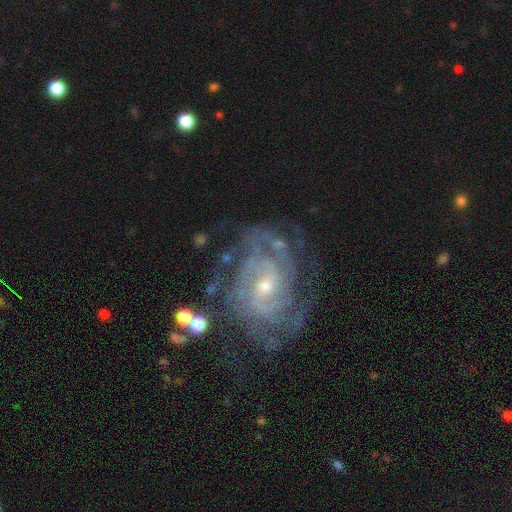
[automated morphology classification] smooth_or_featured: featured or disk (p=0.86) [alt: star or artifact p=0.09]
disk_edge_on: no (p=0.97) [alt: yes p=0.03]
bar: no (p=0.45) [alt: weak p=0.39]
has_spiral_arms: yes (p=0.97) [alt: no p=0.03]
spiral_winding: tight (p=0.73) [alt: medium p=0.23]
spiral_arm_count: can't tell (p=0.26) [alt: 2 p=0.20]
bulge_size: small (p=0.61) [alt: moderate p=0.35]
merging: none (p=0.75) [alt: minor disturbance p=0.15]